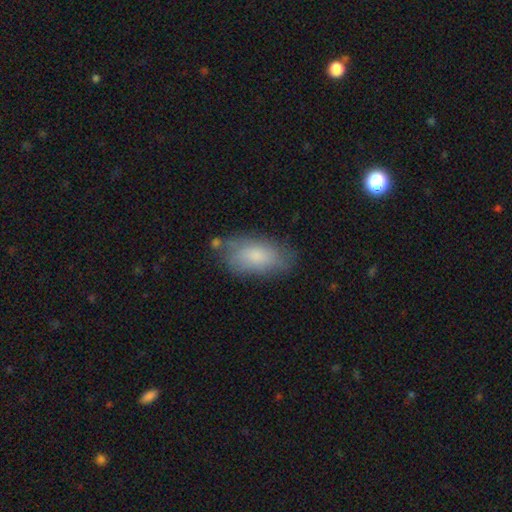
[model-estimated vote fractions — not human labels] Smooth or featured? smooth (77%)
How rounded? in between (92%)
Merging? none (65%)